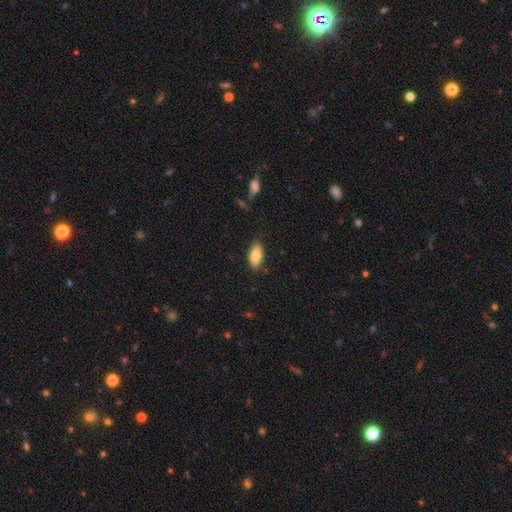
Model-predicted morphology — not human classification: Overall: smooth (82%). How rounded: in between (88%). Merging: none (85%).